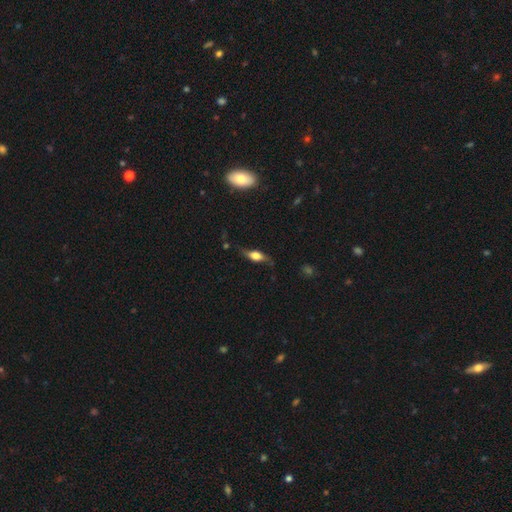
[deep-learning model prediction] Smooth or featured: featured or disk — 48% (smooth — 44%)
Merging: none — 63% (minor disturbance — 24%)